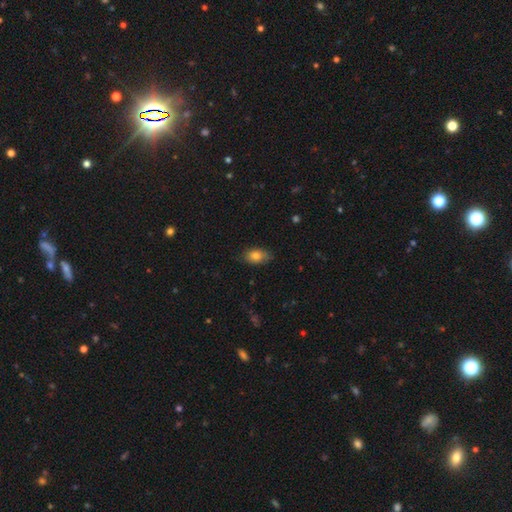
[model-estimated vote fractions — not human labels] The model was most divided on "merging": none: 74%, minor disturbance: 21%, major disturbance: 4%, merger: 1%. More confident: how rounded — in between (86%); smooth or featured — smooth (80%).